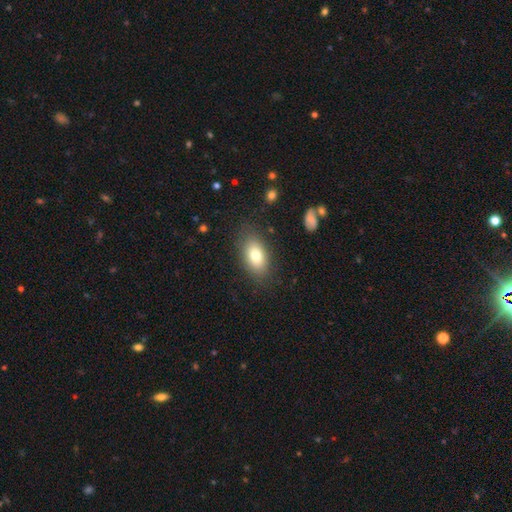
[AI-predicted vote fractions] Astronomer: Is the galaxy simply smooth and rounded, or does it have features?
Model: smooth — 77%.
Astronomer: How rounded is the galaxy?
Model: in between — 89%.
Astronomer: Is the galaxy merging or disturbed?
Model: none — 82%.